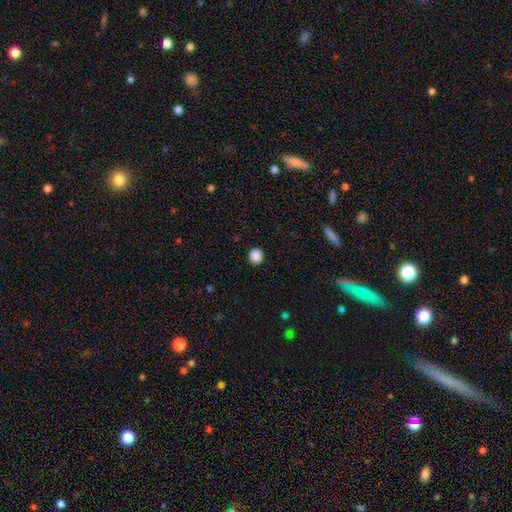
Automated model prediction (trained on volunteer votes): This is clearly a smooth galaxy (88%). How rounded: clearly round (89%). Merging: clearly none (92%).